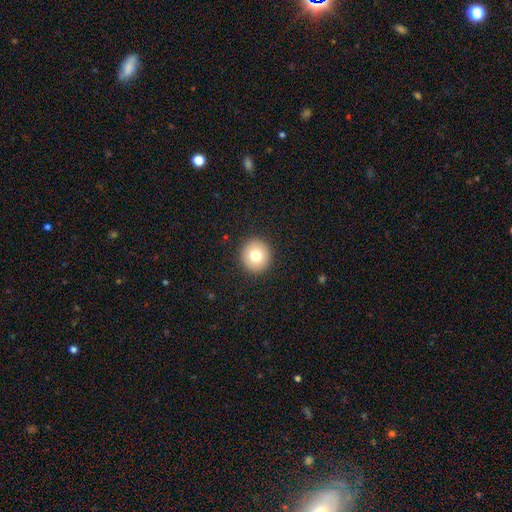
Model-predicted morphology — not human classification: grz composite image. It shows a smooth galaxy with no disk features (76%) that is round (94%). Merging: none (92%).